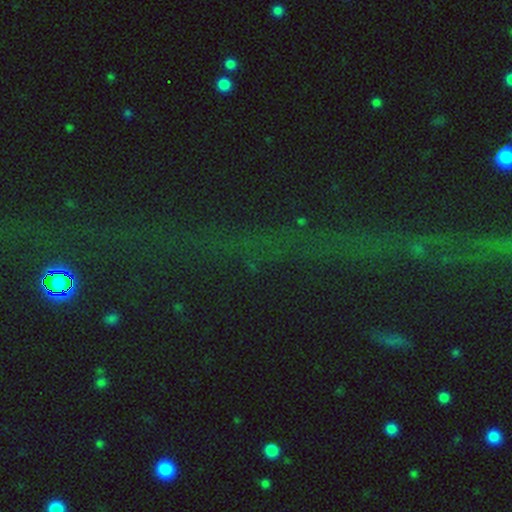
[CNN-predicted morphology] type=star or artifact (70%).